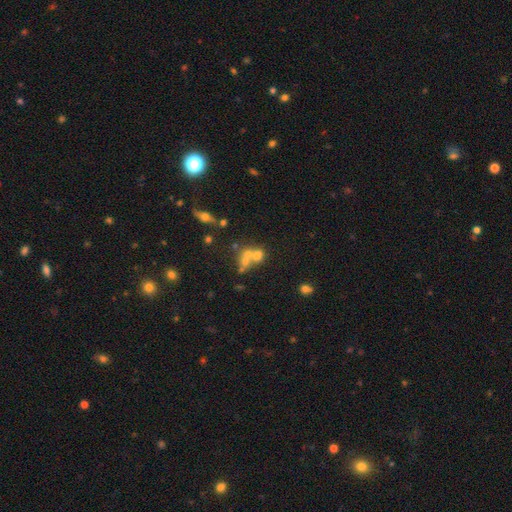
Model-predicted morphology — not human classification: A smooth galaxy with no disk features (45%). Merging: merger (53%).